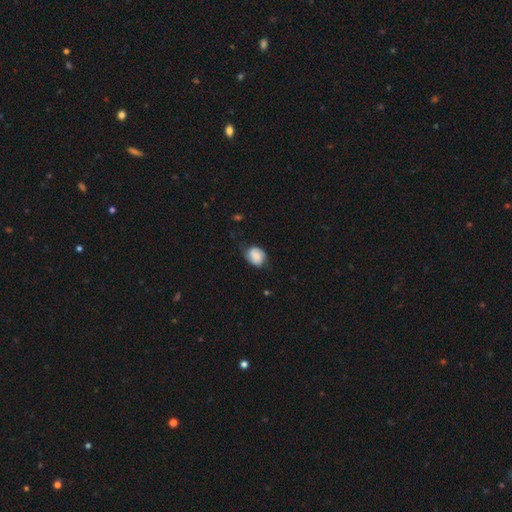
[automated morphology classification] Smooth or featured: smooth — 67% (featured or disk — 24%)
How rounded: in between — 57% (round — 42%)
Merging: none — 54% (minor disturbance — 34%)